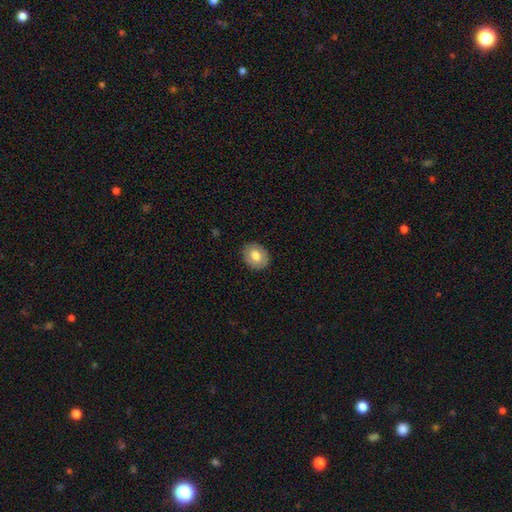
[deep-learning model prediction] Overall: smooth (76%). How rounded: in between (51%; round 48%). Merging: none (88%).